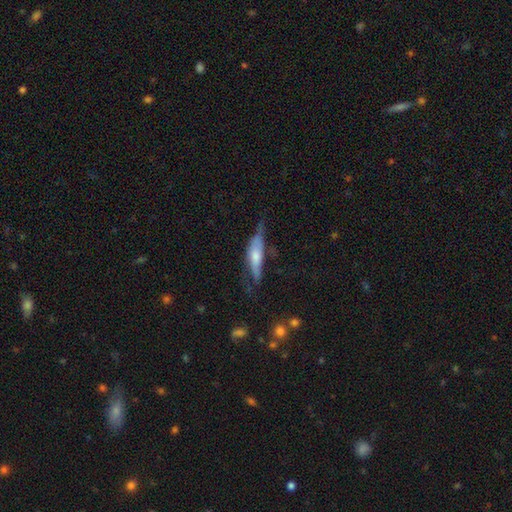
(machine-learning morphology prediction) The model was most divided on "smooth or featured": smooth: 51%, featured or disk: 43%, star or artifact: 6%. Remaining: how rounded — cigar-shaped (63%); merging — none (43%).